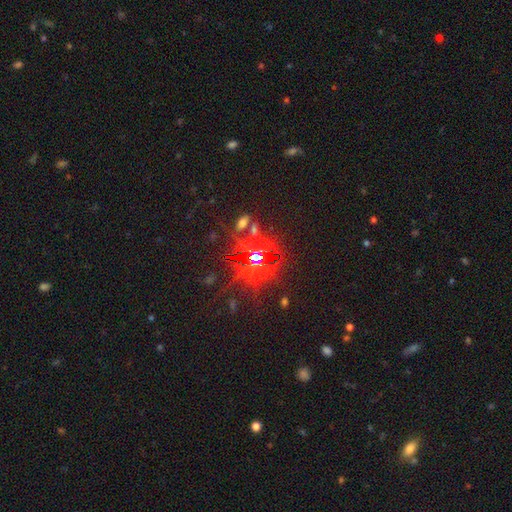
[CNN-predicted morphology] Smooth or featured? star or artifact (79%)